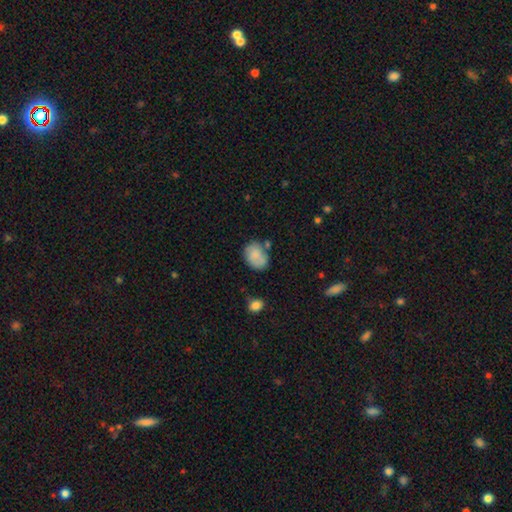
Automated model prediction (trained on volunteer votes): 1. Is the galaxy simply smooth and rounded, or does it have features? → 76% smooth, 16% featured or disk, 8% star or artifact.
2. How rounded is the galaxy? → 63% in between, 36% round, 1% cigar-shaped.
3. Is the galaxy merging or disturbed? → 59% none, 24% minor disturbance, 9% merger, 7% major disturbance.